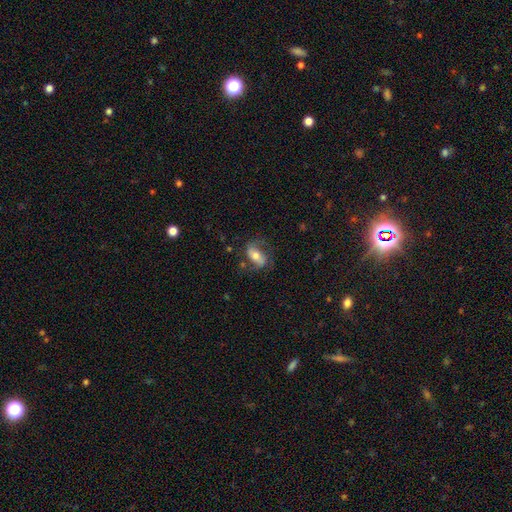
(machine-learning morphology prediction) Q: Smooth or featured?
A: smooth (47%); runner-up: featured or disk (45%)
Q: Merging?
A: none (60%); runner-up: minor disturbance (23%)